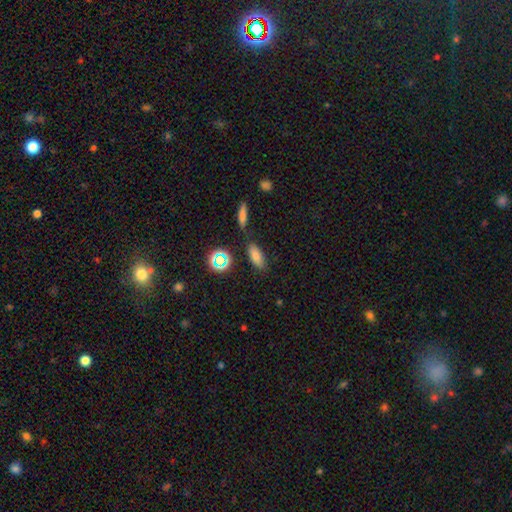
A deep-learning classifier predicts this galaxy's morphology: smooth 74%, star or artifact 15%, featured or disk 10%. Down the decision tree: how rounded — in between (76%); merging — none (76%).